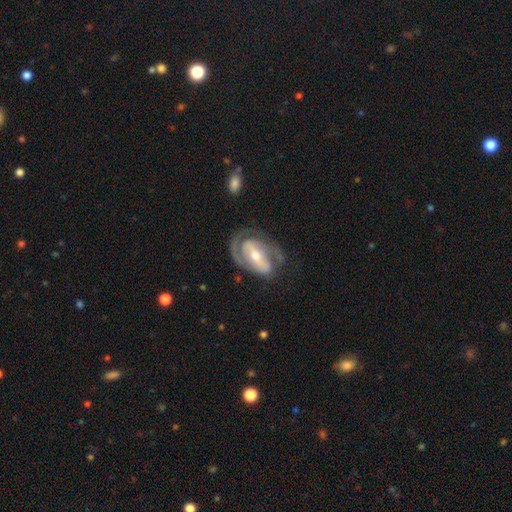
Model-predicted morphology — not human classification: A featured or disk galaxy (86%) with a strong bar (44%), 2 (67%) tight (53%) spiral arms (92%) and a moderate central bulge (59%).

Vote fractions:
- Smooth or featured? featured or disk: 86% / smooth: 10% / star or artifact: 4%
- Edge-on disk? no: 96% / yes: 4%
- Bar? strong: 44% / weak: 36% / no: 21%
- Spiral arms? yes: 92% / no: 8%
- Spiral winding? tight: 53% / medium: 36% / loose: 10%
- Spiral arm count? 2: 67% / 1: 16% / can't tell: 10% / 3: 4% / 4: 1% / more than 4: 1%
- Bulge size? moderate: 59% / small: 35% / large: 4% / none: 1% / dominant: 1%
- Merging? none: 63% / minor disturbance: 19% / major disturbance: 16% / merger: 2%